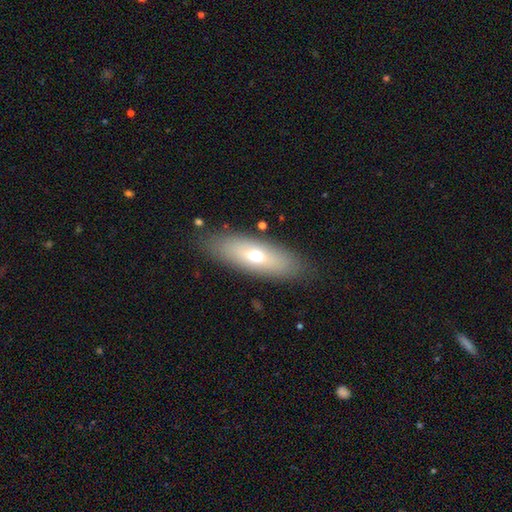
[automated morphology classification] type=smooth (62%); roundness=in between (65%); merging=none (84%).